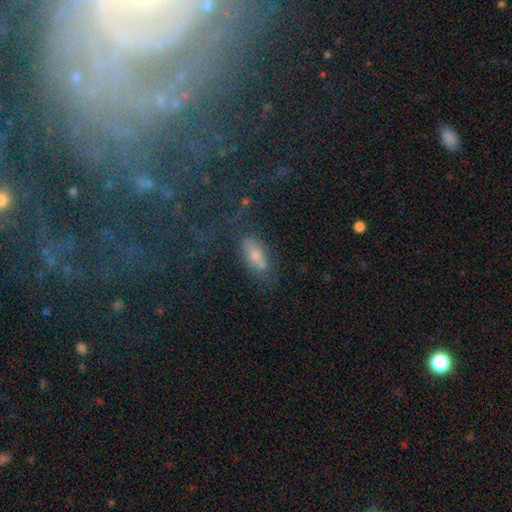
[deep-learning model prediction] smooth 58%, featured or disk 23%, star or artifact 19%. Down the decision tree: how rounded — in between (78%); merging — none (54%).